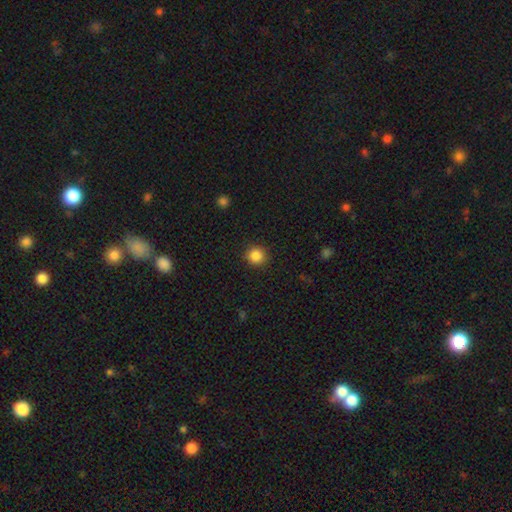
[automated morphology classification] smooth-or-featured: smooth: 86% | star or artifact: 10% | featured or disk: 4%
  how-rounded: round: 93% | in between: 6% | cigar-shaped: 1%
  merging: none: 91% | minor disturbance: 6% | major disturbance: 2% | merger: 1%